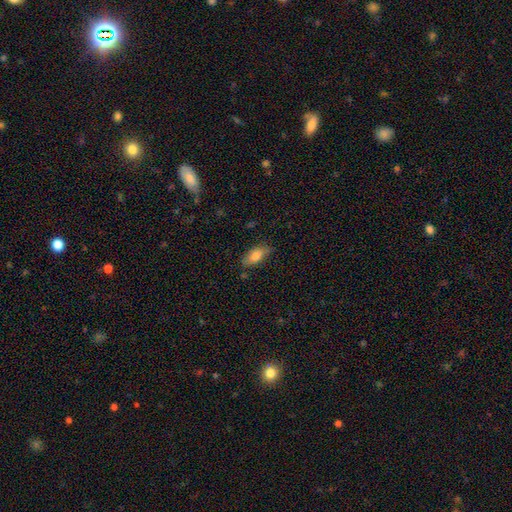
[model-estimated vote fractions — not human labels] smooth-or-featured: smooth: 78% | featured or disk: 15% | star or artifact: 7%
  how-rounded: in between: 84% | cigar-shaped: 13% | round: 3%
  merging: none: 74% | minor disturbance: 20% | major disturbance: 4% | merger: 2%